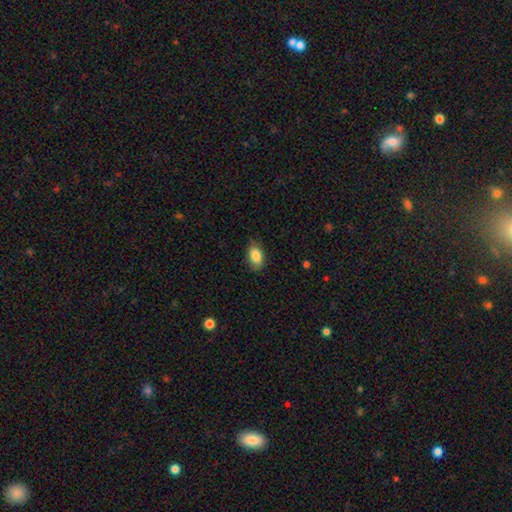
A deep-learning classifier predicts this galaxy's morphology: Q: Smooth or featured?
A: smooth (85%); runner-up: featured or disk (8%)
Q: How rounded?
A: in between (90%); runner-up: round (8%)
Q: Merging?
A: none (80%); runner-up: minor disturbance (16%)